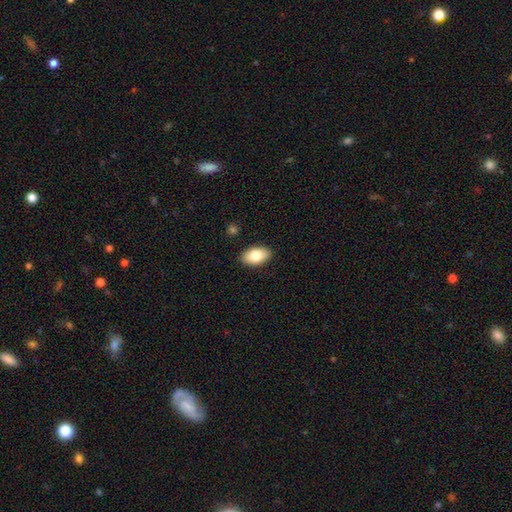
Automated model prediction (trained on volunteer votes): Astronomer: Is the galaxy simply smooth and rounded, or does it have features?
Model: smooth — 83%.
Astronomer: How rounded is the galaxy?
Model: in between — 94%.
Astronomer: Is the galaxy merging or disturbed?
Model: none — 89%.